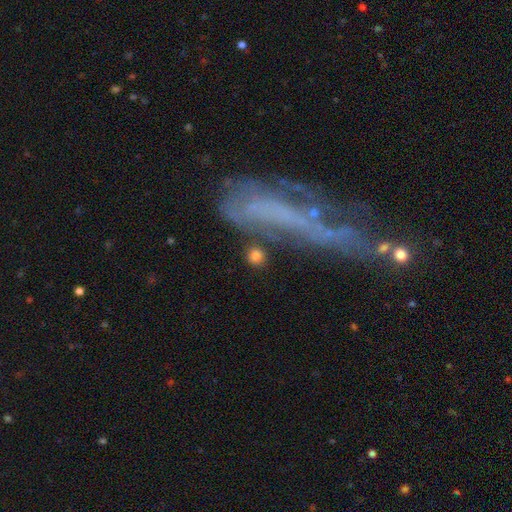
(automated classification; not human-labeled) smooth-or-featured: smooth: 79% | star or artifact: 11% | featured or disk: 10%
  how-rounded: round: 89% | in between: 8% | cigar-shaped: 3%
  merging: none: 80% | minor disturbance: 9% | merger: 6% | major disturbance: 4%